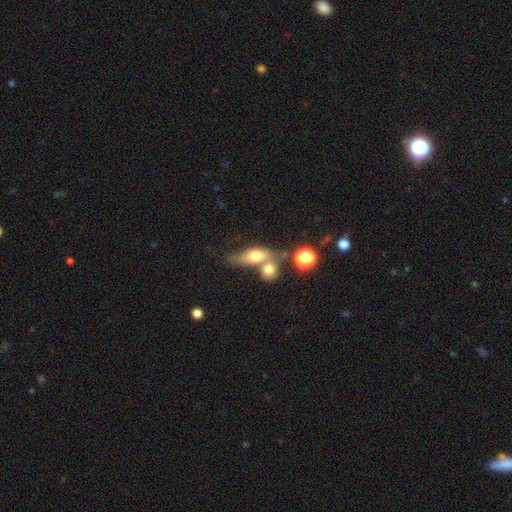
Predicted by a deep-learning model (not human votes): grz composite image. It shows a smooth galaxy with no disk features (66%) that is in between round and cigar-shaped (66%). Merging: merger (53%).